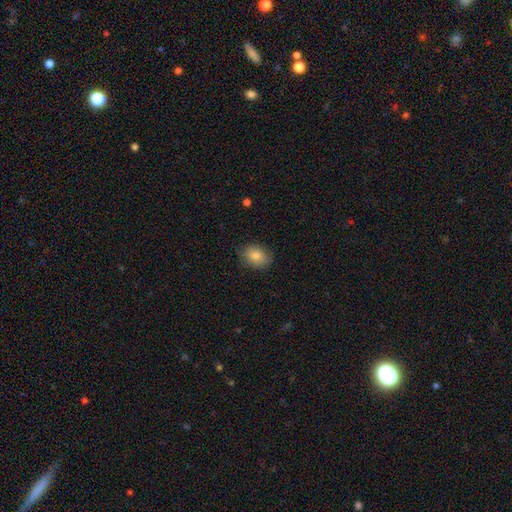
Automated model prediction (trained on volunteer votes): Overall: smooth (81%). How rounded: in between (61%; round 38%). Merging: none (82%).